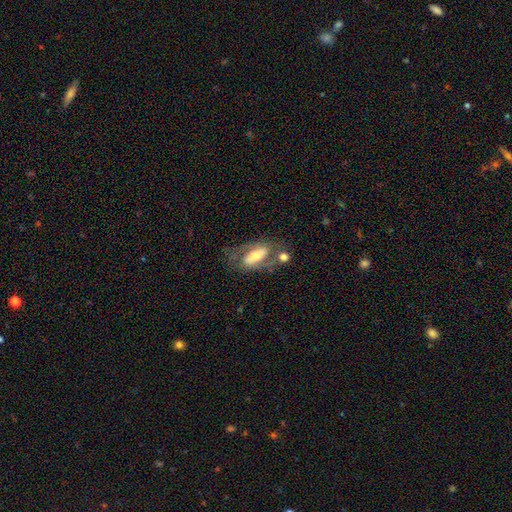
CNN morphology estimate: The model was most divided on "bar": strong: 43%, weak: 30%, no: 27%. More confident: edge-on disk — no (88%); spiral arms — yes (73%); smooth or featured — featured or disk (65%); bulge size — moderate (54%); merging — none (51%).